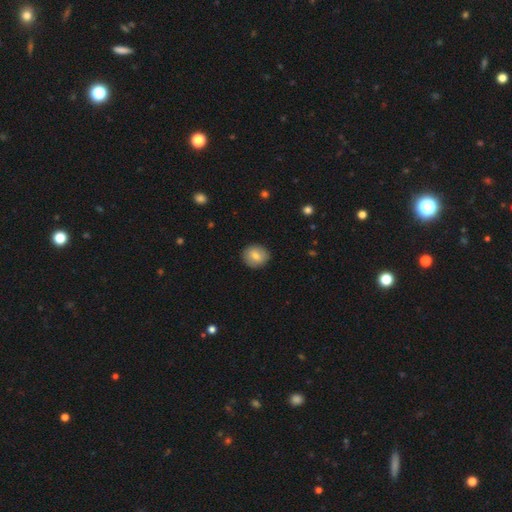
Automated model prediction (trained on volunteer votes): smooth 76%, featured or disk 16%, star or artifact 8%. Down the decision tree: how rounded — round (81%); merging — none (89%).